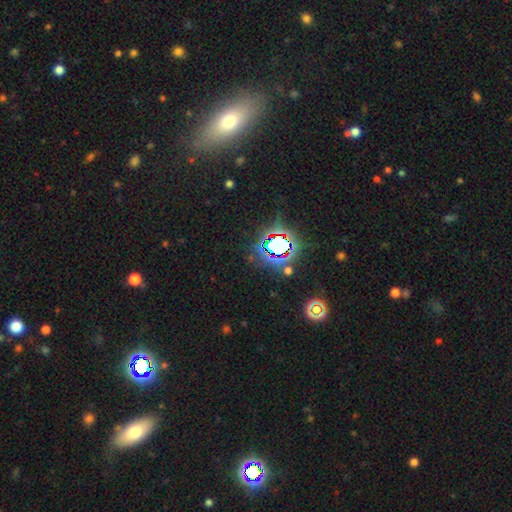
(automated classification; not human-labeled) Q: Smooth or featured?
A: star or artifact (73%); runner-up: smooth (16%)